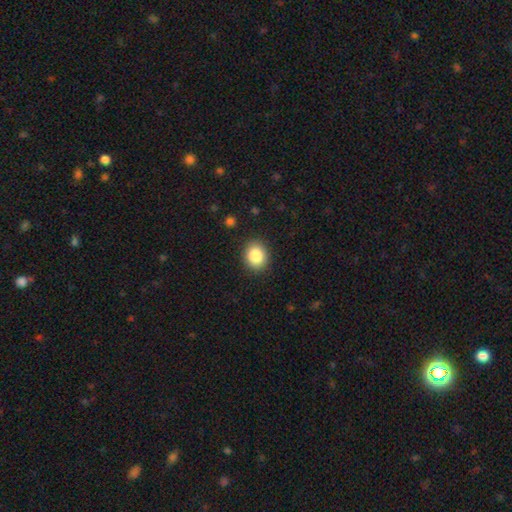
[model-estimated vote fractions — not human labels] A smooth galaxy with no disk features (86%) that is round (61%).

Vote fractions:
- Smooth or featured? smooth: 86% / star or artifact: 9% / featured or disk: 6%
- How rounded? round: 61% / in between: 38% / cigar-shaped: 1%
- Merging? none: 89% / minor disturbance: 8% / major disturbance: 2% / merger: 1%